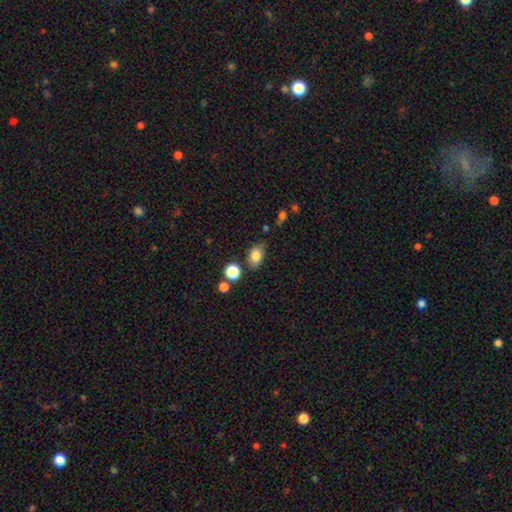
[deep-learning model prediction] A smooth galaxy with no disk features (82%) that is in between round and cigar-shaped (82%). Merging: none (71%).